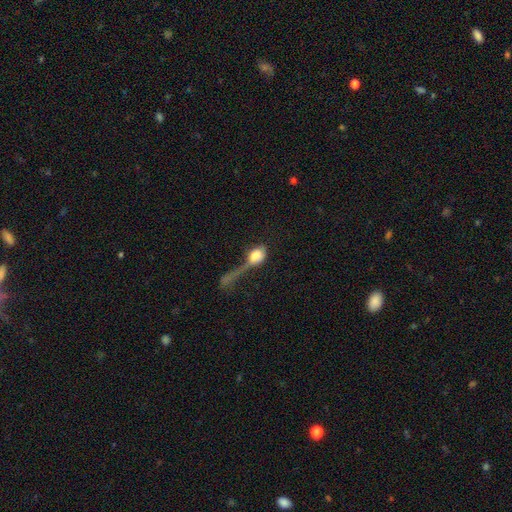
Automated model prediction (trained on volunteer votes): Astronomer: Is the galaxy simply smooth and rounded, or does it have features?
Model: smooth — 68%.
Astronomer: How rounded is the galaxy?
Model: in between — 64%.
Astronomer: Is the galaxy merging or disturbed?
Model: major disturbance — 53%.